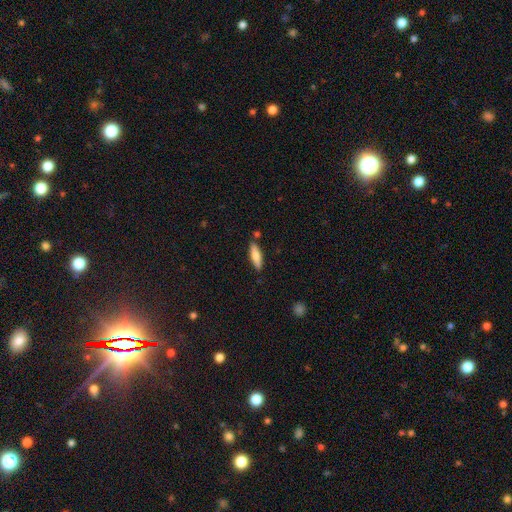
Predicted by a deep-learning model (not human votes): Smooth or featured? Predicted: smooth (p=0.72). How rounded? Predicted: cigar-shaped (p=0.60). Merging? Predicted: none (p=0.83).